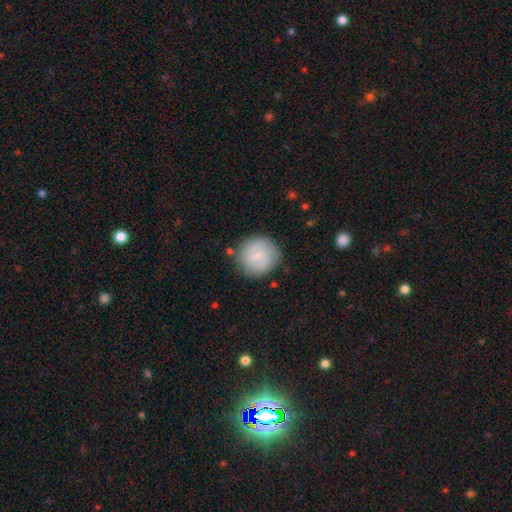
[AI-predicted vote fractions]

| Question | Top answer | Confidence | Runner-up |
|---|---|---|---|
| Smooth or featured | smooth | 68% | featured or disk (25%) |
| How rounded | round | 92% | in between (7%) |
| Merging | none | 81% | minor disturbance (12%) |